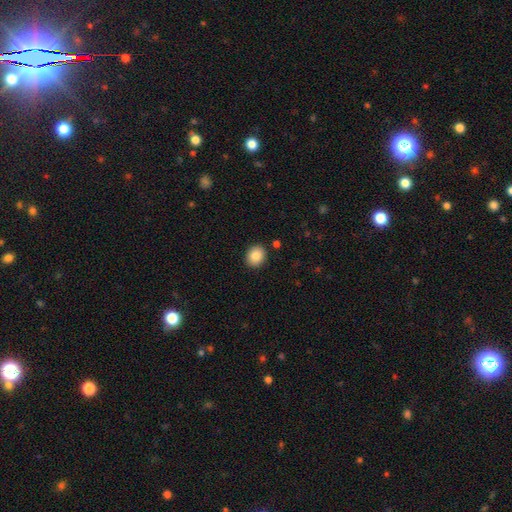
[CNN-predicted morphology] Smooth or featured? smooth (86%)
How rounded? round (63%)
Merging? none (90%)